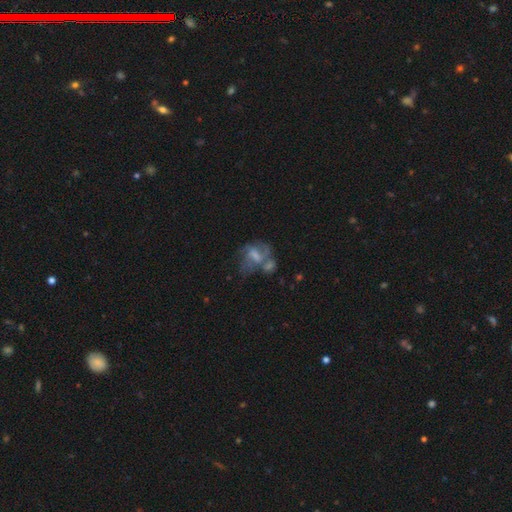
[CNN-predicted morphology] The model was most divided on "bulge size": none: 36%, moderate: 30%, small: 20%, large: 12%, dominant: 2%. Remaining: edge-on disk — no (97%); spiral arms — no (61%); bar — no (53%); smooth or featured — featured or disk (52%); merging — merger (40%).